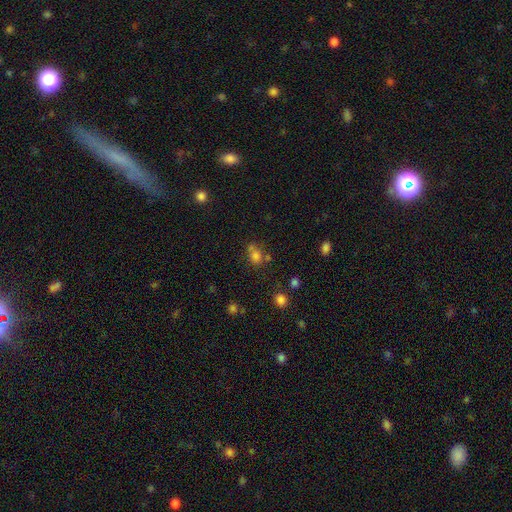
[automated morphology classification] smooth 71%, star or artifact 20%, featured or disk 10%. Down the decision tree: how rounded — round (65%); merging — none (52%).